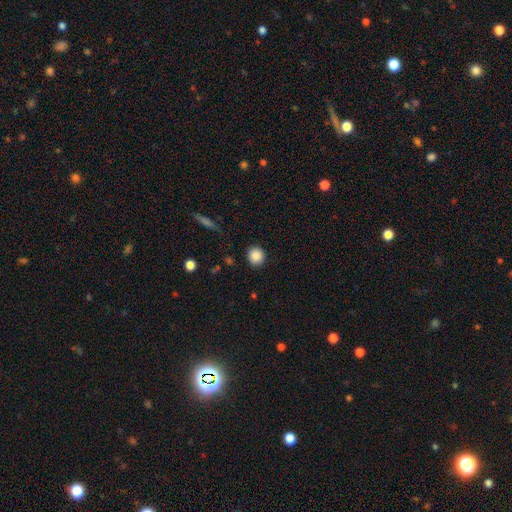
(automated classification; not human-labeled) Smooth or featured? smooth (88%)
How rounded? round (91%)
Merging? none (90%)